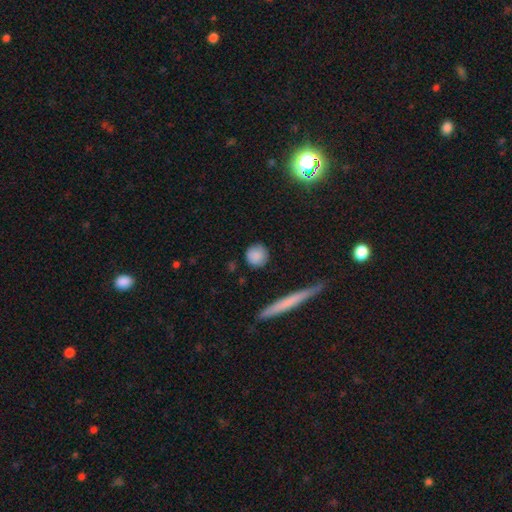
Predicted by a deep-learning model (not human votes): A smooth galaxy with no disk features (86%) that is round (90%).

Vote fractions:
- Smooth or featured? smooth: 86% / featured or disk: 7% / star or artifact: 7%
- How rounded? round: 90% / in between: 8% / cigar-shaped: 2%
- Merging? none: 86% / minor disturbance: 10% / major disturbance: 3% / merger: 2%